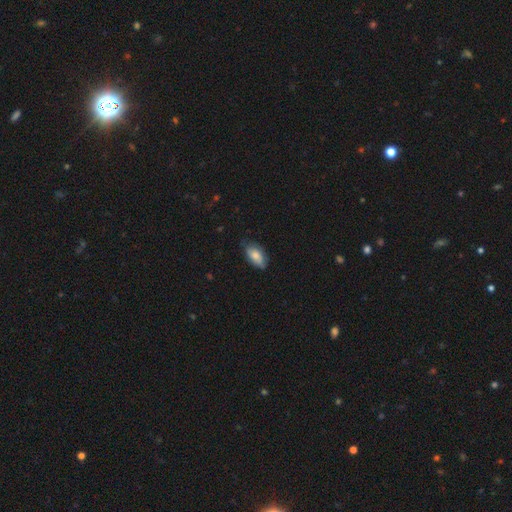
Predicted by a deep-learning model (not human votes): This appears to be a smooth galaxy with no disk features (74%) that is in between round and cigar-shaped (93%). Merging: none (70%).